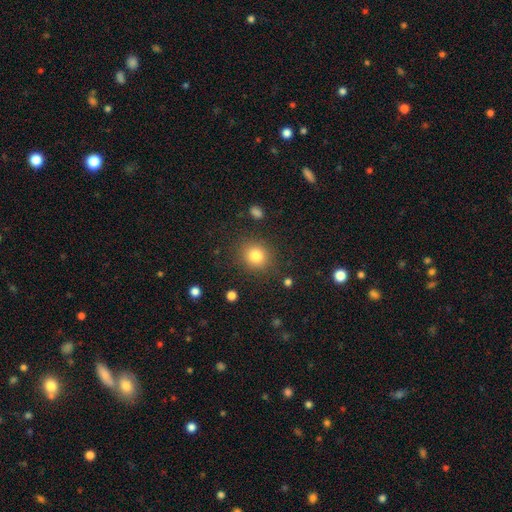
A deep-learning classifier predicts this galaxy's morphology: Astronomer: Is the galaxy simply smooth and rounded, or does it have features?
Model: smooth — 81%.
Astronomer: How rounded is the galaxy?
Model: round — 81%.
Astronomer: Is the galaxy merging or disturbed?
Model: none — 86%.